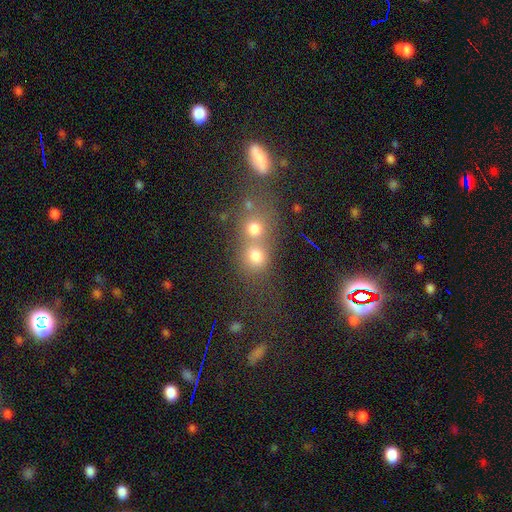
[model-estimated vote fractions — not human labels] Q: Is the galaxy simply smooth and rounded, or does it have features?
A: smooth — 71%.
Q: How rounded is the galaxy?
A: round — 76%.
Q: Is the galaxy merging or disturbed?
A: merger — 59%.